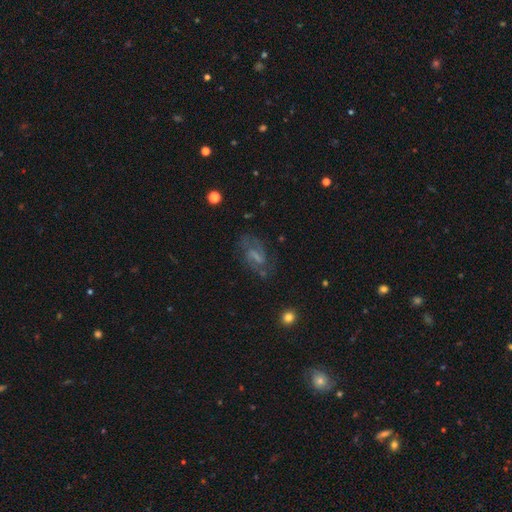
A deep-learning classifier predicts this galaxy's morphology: A featured or disk galaxy (68%) with a weak bar (46%), 2 (74%) medium (48%) spiral arms (85%) and no central bulge (48%).

Vote fractions:
- Smooth or featured? featured or disk: 68% / smooth: 21% / star or artifact: 12%
- Edge-on disk? no: 95% / yes: 5%
- Bar? weak: 46% / strong: 31% / no: 23%
- Spiral arms? yes: 85% / no: 15%
- Spiral winding? medium: 48% / loose: 29% / tight: 23%
- Spiral arm count? 2: 74% / can't tell: 15% / 1: 4% / 3: 3% / 4: 2% / more than 4: 2%
- Bulge size? none: 48% / small: 28% / moderate: 18% / large: 5% / dominant: 1%
- Merging? none: 64% / minor disturbance: 19% / major disturbance: 14% / merger: 3%